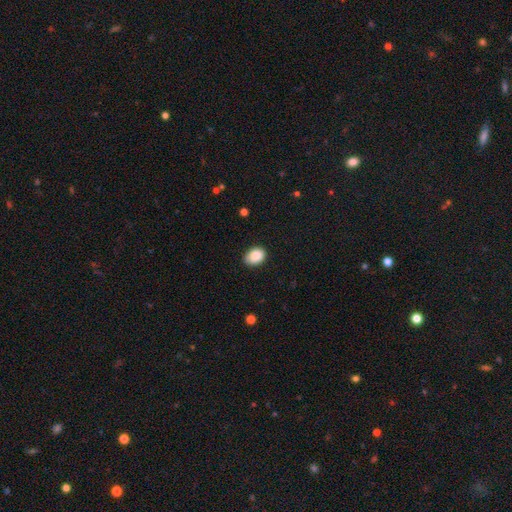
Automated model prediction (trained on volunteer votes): Morphology: type=smooth (88%); roundness=in between (71%); merging=none (78%).